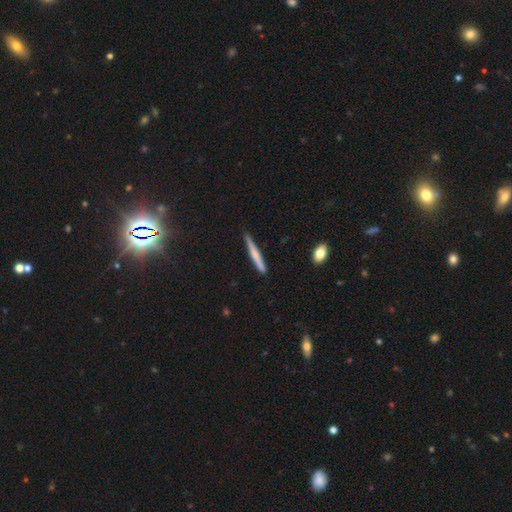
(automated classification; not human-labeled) smooth_or_featured: smooth (p=0.61) [alt: featured or disk p=0.33]
how_rounded: cigar-shaped (p=0.96) [alt: in between p=0.03]
merging: none (p=0.84) [alt: minor disturbance p=0.13]